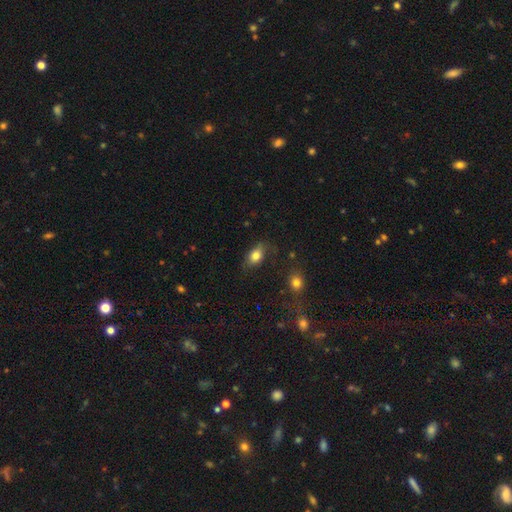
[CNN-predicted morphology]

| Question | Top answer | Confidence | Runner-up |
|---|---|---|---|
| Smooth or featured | smooth | 81% | featured or disk (11%) |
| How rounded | in between | 83% | round (14%) |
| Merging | none | 68% | minor disturbance (23%) |